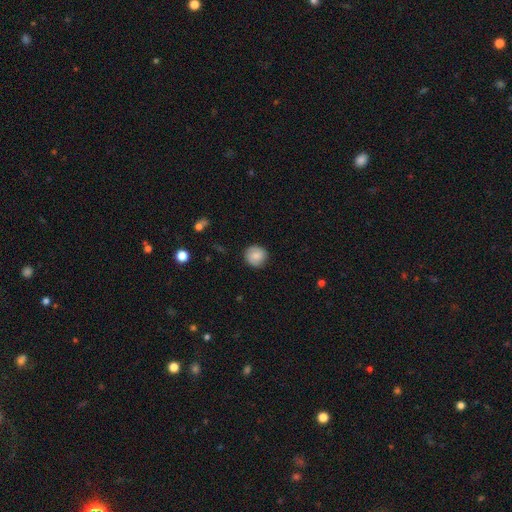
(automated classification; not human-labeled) Smooth or featured: smooth — 82% (featured or disk — 10%)
How rounded: round — 91% (in between — 8%)
Merging: none — 87% (minor disturbance — 9%)